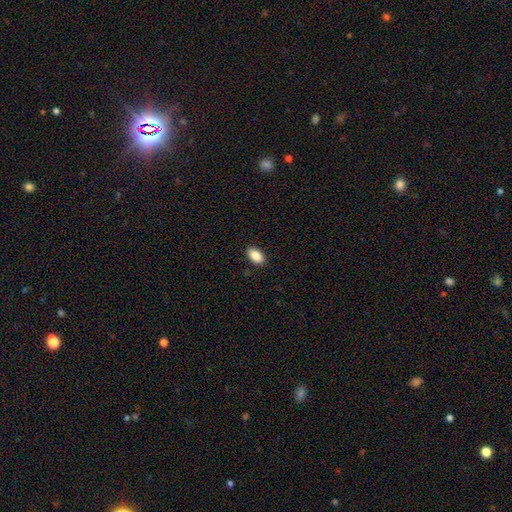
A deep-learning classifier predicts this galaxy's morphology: This is clearly a smooth galaxy (88%). How rounded: clearly in between (93%). Merging: clearly none (90%).